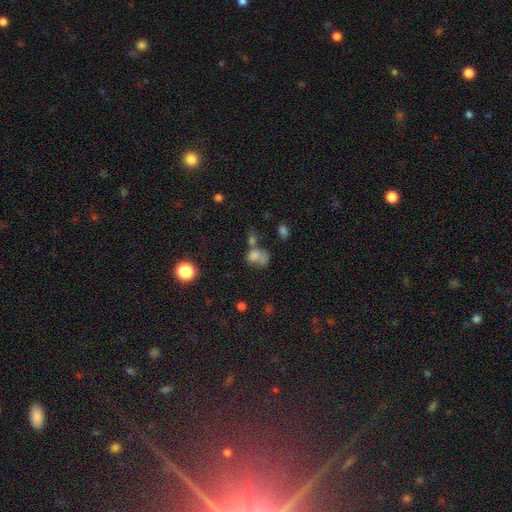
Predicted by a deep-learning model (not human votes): Morphology: type=smooth (69%); roundness=in between (56%); merging=merger (41%).